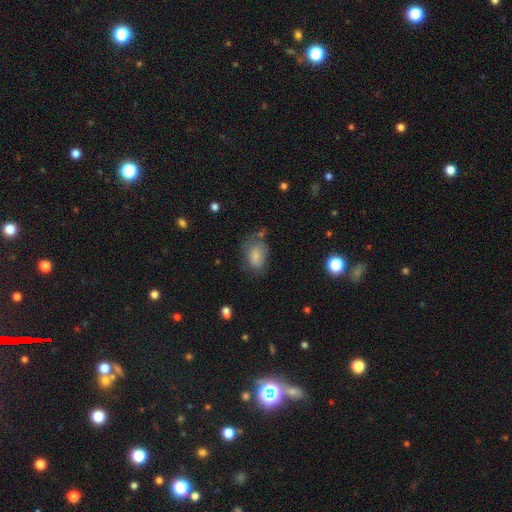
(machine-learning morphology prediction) Smooth or featured: smooth — 75% (featured or disk — 16%)
How rounded: in between — 86% (round — 12%)
Merging: none — 44% (minor disturbance — 30%)